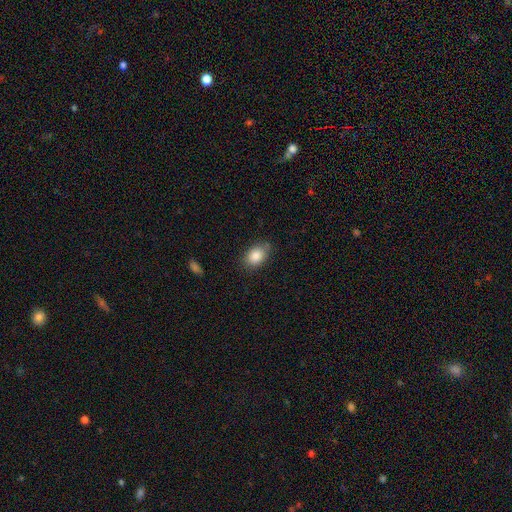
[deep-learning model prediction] This is clearly a smooth galaxy (86%). How rounded: clearly in between (81%). Merging: likely none (75%).